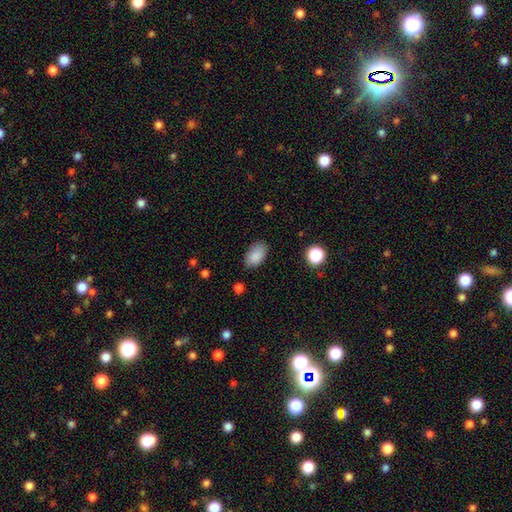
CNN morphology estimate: Overall: smooth (87%). How rounded: in between (93%). Merging: none (81%).